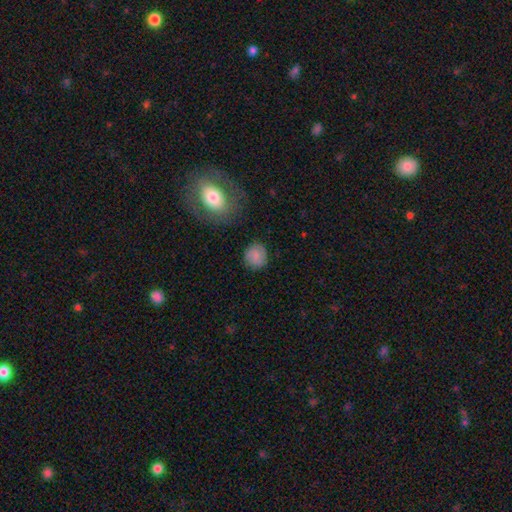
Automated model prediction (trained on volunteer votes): Smooth or featured?
  - smooth: 83% *
  - featured or disk: 9%
  - star or artifact: 8%
How rounded?
  - round: 85% *
  - in between: 14%
  - cigar-shaped: 1%
Merging?
  - none: 82% *
  - minor disturbance: 12%
  - major disturbance: 4%
  - merger: 2%